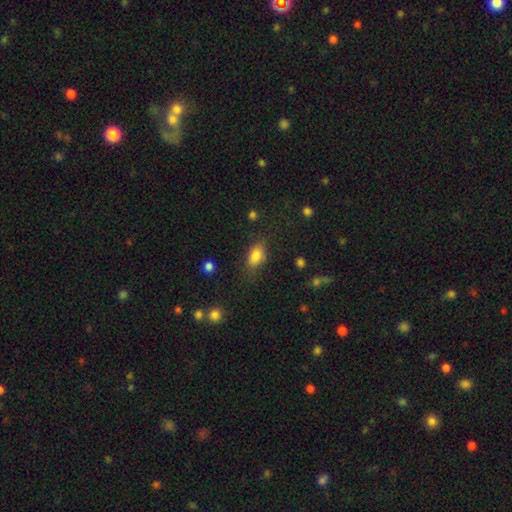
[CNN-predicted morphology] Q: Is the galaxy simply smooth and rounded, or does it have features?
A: smooth — 82%.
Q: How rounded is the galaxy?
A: in between — 87%.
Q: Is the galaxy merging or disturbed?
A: none — 71%.